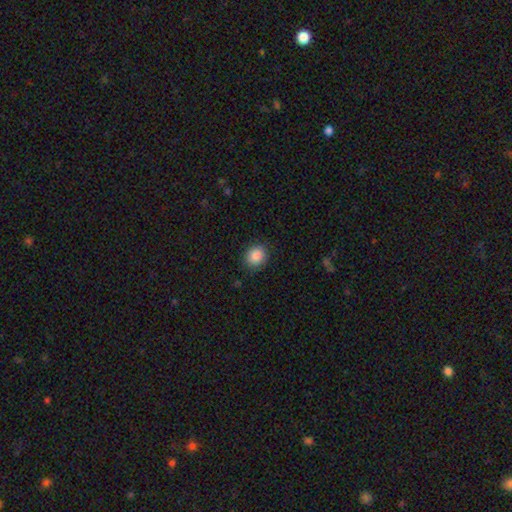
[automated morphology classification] Smooth or featured: smooth — 88% (star or artifact — 8%)
How rounded: round — 70% (in between — 29%)
Merging: none — 87% (minor disturbance — 10%)